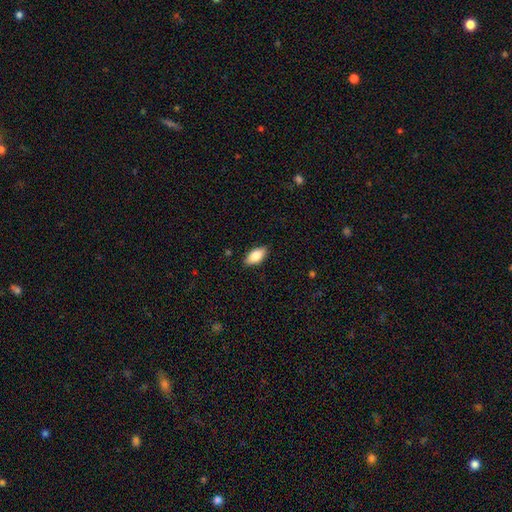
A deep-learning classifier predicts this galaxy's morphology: A smooth galaxy with no disk features (81%) that is in between round and cigar-shaped (89%). Merging: none (88%).